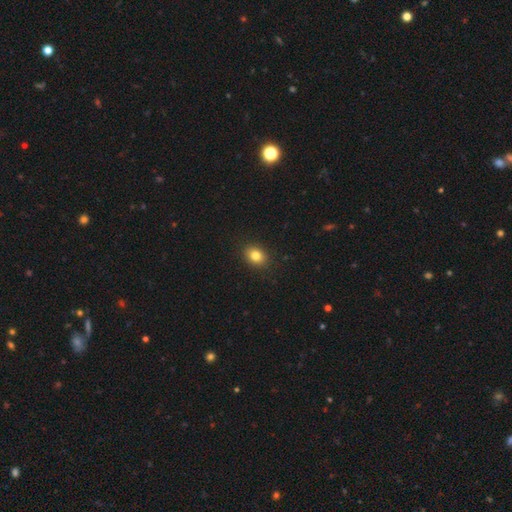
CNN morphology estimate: smooth-or-featured: smooth: 83% | star or artifact: 11% | featured or disk: 7%
  how-rounded: in between: 55% | round: 44% | cigar-shaped: 1%
  merging: none: 90% | minor disturbance: 7% | major disturbance: 2% | merger: 1%